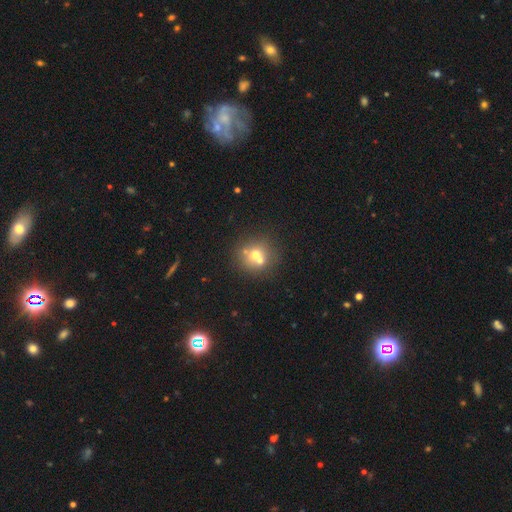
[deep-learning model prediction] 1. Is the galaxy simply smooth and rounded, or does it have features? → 61% smooth, 25% featured or disk, 14% star or artifact.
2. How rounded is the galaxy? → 87% round, 12% in between, 1% cigar-shaped.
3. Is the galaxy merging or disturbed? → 50% none, 39% merger, 8% minor disturbance, 4% major disturbance.